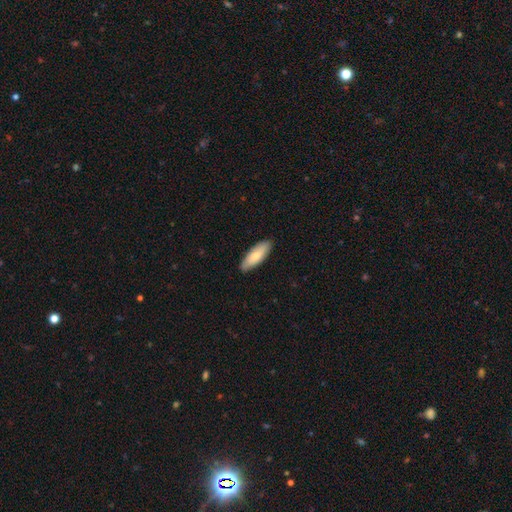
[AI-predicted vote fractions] Smooth or featured? smooth (78%)
How rounded? in between (64%)
Merging? none (87%)